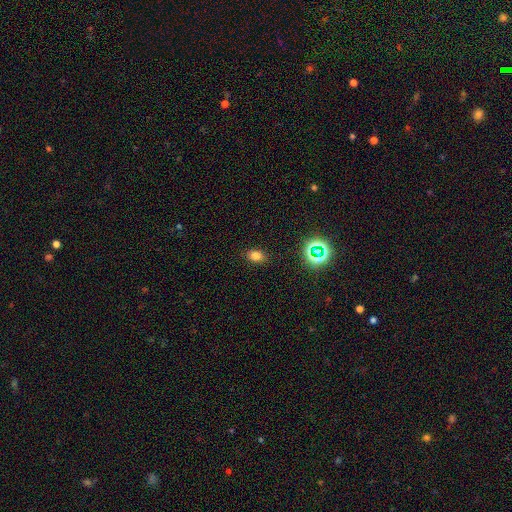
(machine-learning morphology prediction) smooth-or-featured: smooth: 76% | star or artifact: 18% | featured or disk: 6%
  how-rounded: in between: 79% | round: 20% | cigar-shaped: 2%
  merging: none: 87% | minor disturbance: 9% | major disturbance: 3% | merger: 1%